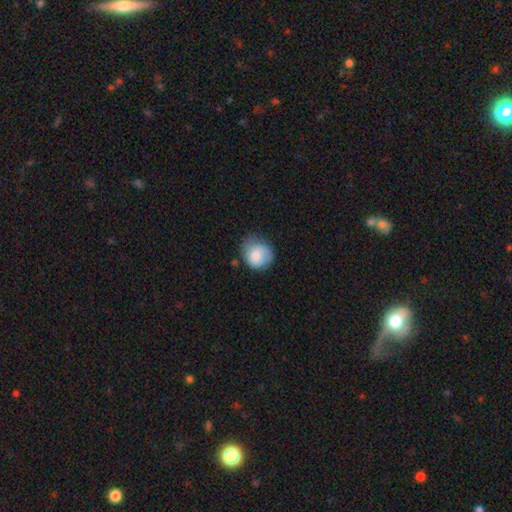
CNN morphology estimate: This is likely a smooth galaxy (76%). How rounded: likely round (75%). Merging: possibly none (54%).